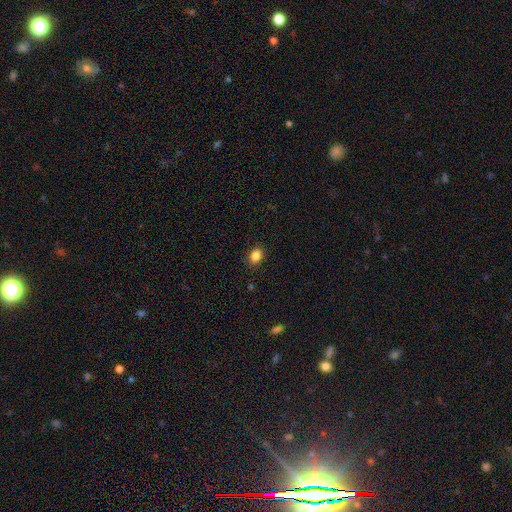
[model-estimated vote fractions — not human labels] Q: Smooth or featured?
A: smooth (84%); runner-up: star or artifact (11%)
Q: How rounded?
A: in between (53%); runner-up: round (46%)
Q: Merging?
A: none (87%); runner-up: minor disturbance (10%)